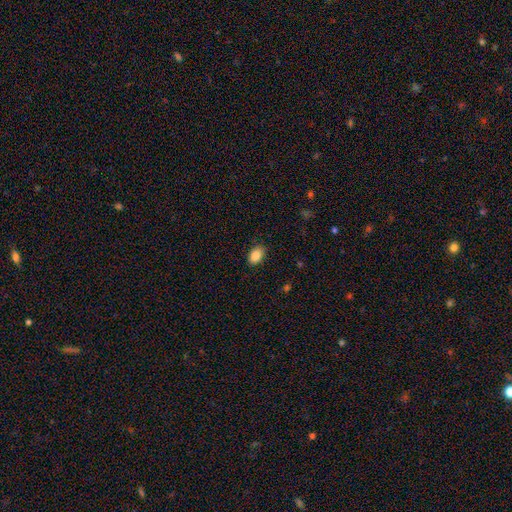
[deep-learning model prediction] A smooth galaxy with no disk features (88%) that is in between round and cigar-shaped (87%). Merging: none (81%).